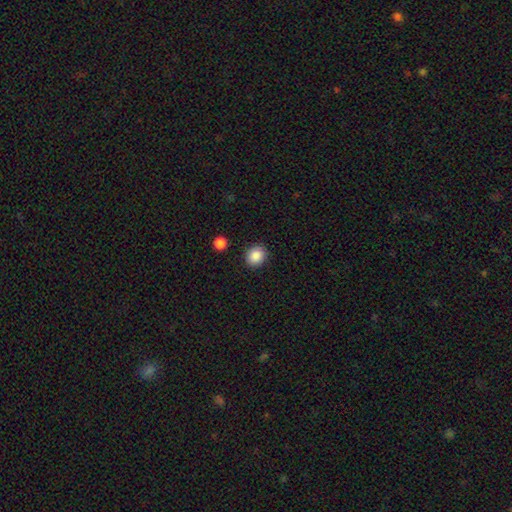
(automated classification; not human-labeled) smooth-or-featured: smooth: 87% | star or artifact: 9% | featured or disk: 4%
  how-rounded: round: 78% | in between: 21% | cigar-shaped: 1%
  merging: none: 88% | minor disturbance: 8% | major disturbance: 2% | merger: 2%